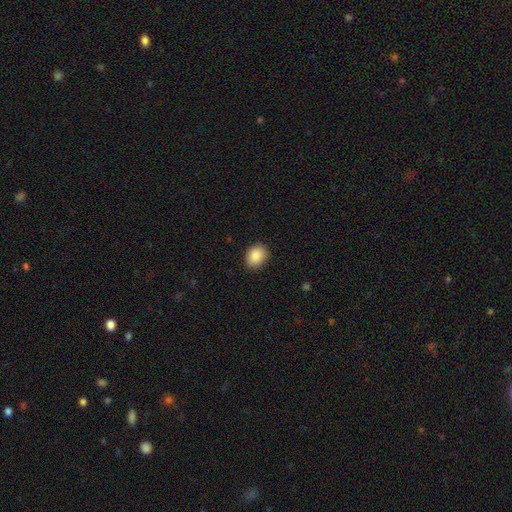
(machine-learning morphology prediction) This appears to be a smooth galaxy with no disk features (88%) that is in between round and cigar-shaped (57%). Merging: none (88%).